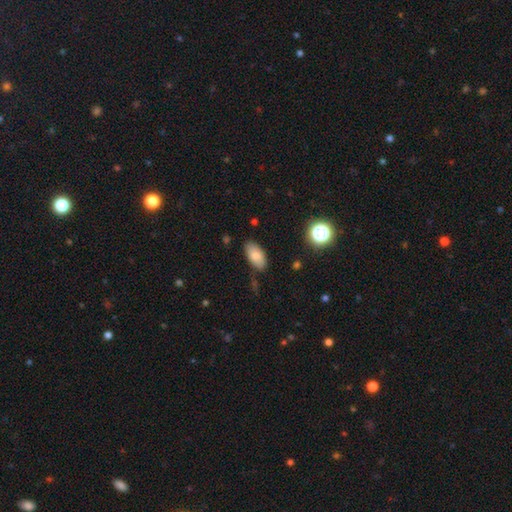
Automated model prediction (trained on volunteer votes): smooth_or_featured: smooth (p=0.83) [alt: featured or disk p=0.09]
how_rounded: in between (p=0.92) [alt: cigar-shaped p=0.04]
merging: none (p=0.80) [alt: minor disturbance p=0.14]